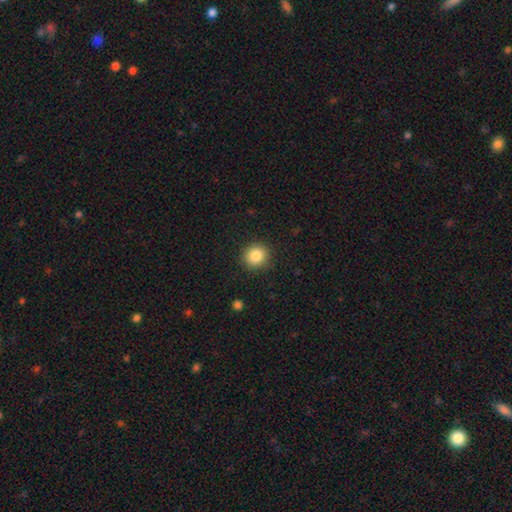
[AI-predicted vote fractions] Overall: smooth (85%). How rounded: round (90%). Merging: none (90%).